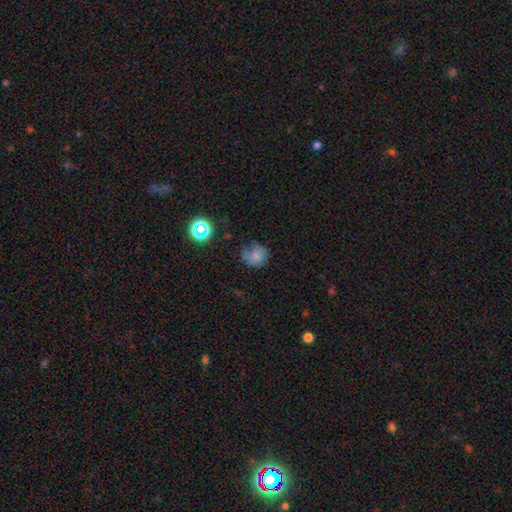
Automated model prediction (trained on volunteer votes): Smooth or featured? smooth (67%)
How rounded? round (72%)
Merging? none (43%)